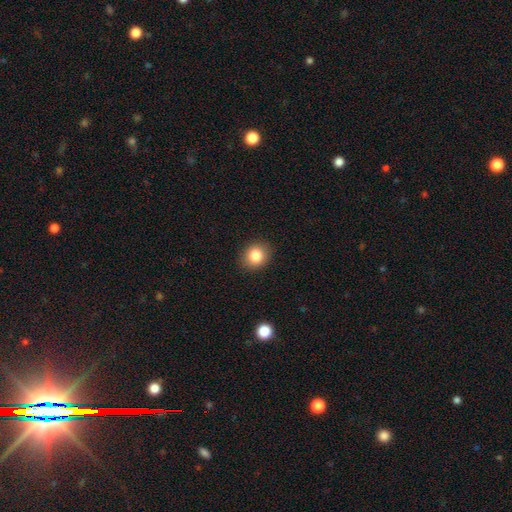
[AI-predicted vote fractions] This appears to be a smooth galaxy with no disk features (83%) that is round (71%). Merging: none (89%).